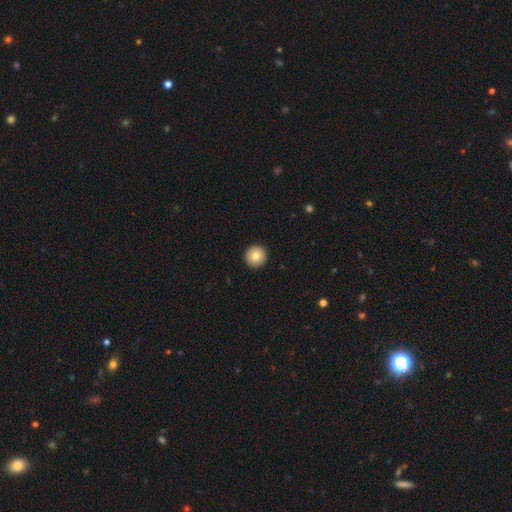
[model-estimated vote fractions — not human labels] Morphology: type=smooth (81%); roundness=round (96%); merging=none (94%).